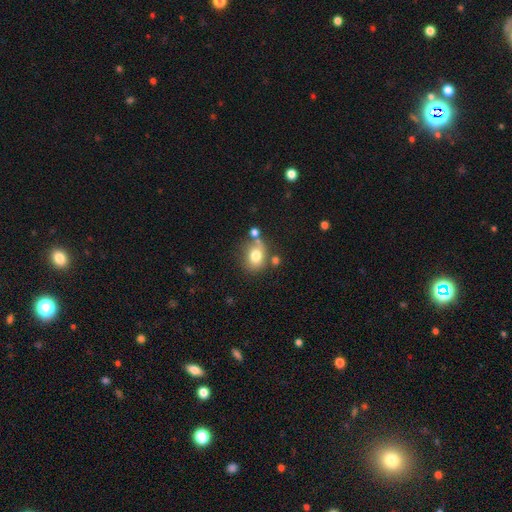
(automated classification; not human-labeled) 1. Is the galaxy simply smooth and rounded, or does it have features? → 75% smooth, 14% featured or disk, 11% star or artifact.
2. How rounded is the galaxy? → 57% round, 42% in between, 1% cigar-shaped.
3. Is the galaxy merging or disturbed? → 59% none, 18% minor disturbance, 17% merger, 7% major disturbance.